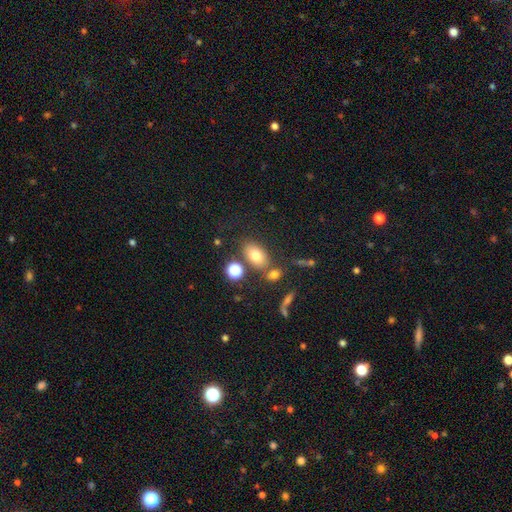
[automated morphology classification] A smooth galaxy with no disk features (75%) that is in between round and cigar-shaped (84%). Merging: none (69%).